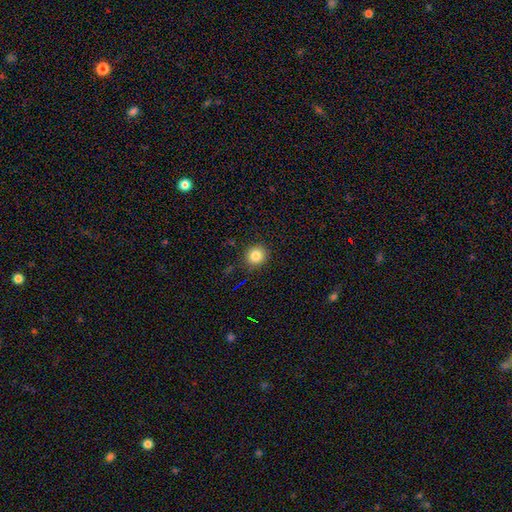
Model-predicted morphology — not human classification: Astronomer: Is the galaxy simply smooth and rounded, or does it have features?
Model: smooth — 83%.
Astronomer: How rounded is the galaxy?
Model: round — 89%.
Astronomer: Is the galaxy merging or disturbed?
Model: none — 88%.